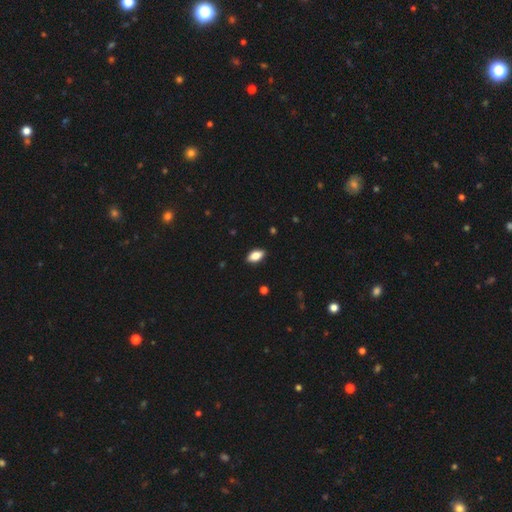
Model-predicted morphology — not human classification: A smooth galaxy with no disk features (80%) that is in between round and cigar-shaped (91%).

Vote fractions:
- Smooth or featured? smooth: 80% / featured or disk: 12% / star or artifact: 7%
- How rounded? in between: 91% / cigar-shaped: 5% / round: 4%
- Merging? none: 89% / minor disturbance: 9% / major disturbance: 2% / merger: 1%